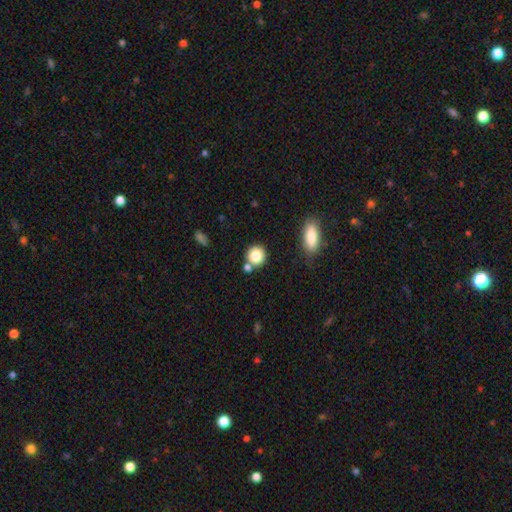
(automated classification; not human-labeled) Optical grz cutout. It shows a smooth galaxy with no disk features (84%) that is round (85%). Merging: none (70%).